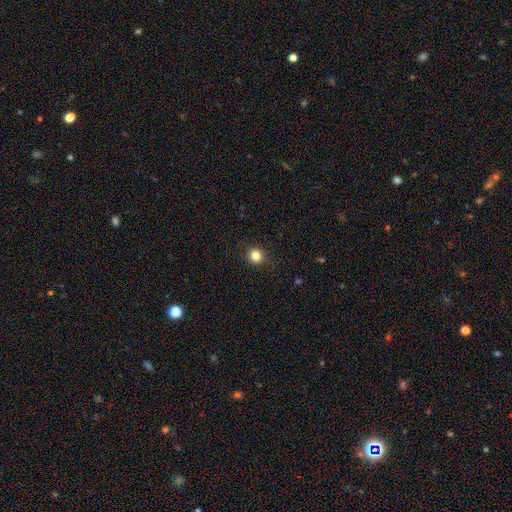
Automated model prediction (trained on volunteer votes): A smooth galaxy with no disk features (83%) that is round (92%).

Vote fractions:
- Smooth or featured? smooth: 83% / star or artifact: 12% / featured or disk: 5%
- How rounded? round: 92% / in between: 7% / cigar-shaped: 1%
- Merging? none: 91% / minor disturbance: 6% / major disturbance: 2% / merger: 1%